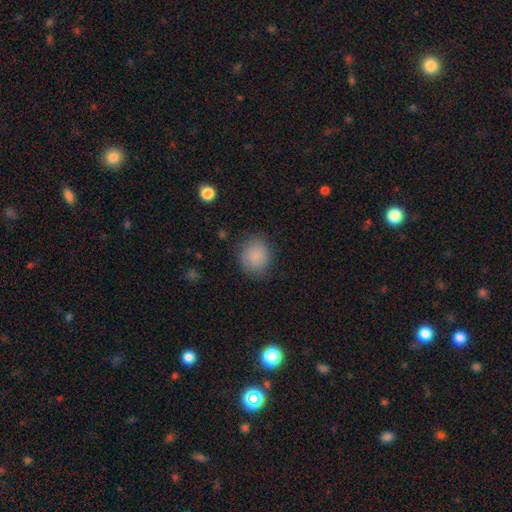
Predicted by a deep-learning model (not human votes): A smooth galaxy with no disk features (87%) that is round (78%). Merging: none (82%).